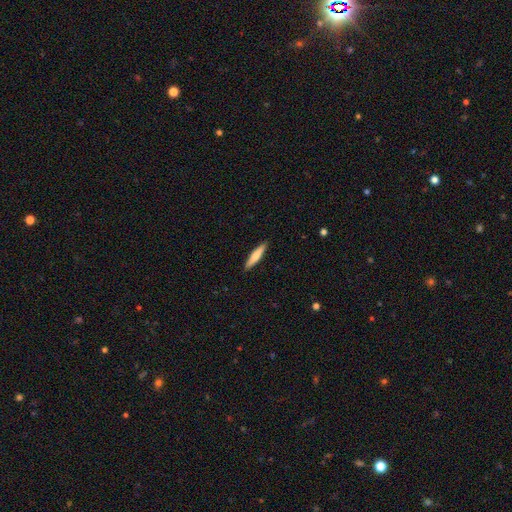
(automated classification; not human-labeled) Q: Smooth or featured?
A: smooth (71%); runner-up: featured or disk (23%)
Q: How rounded?
A: cigar-shaped (88%); runner-up: in between (10%)
Q: Merging?
A: none (91%); runner-up: minor disturbance (7%)